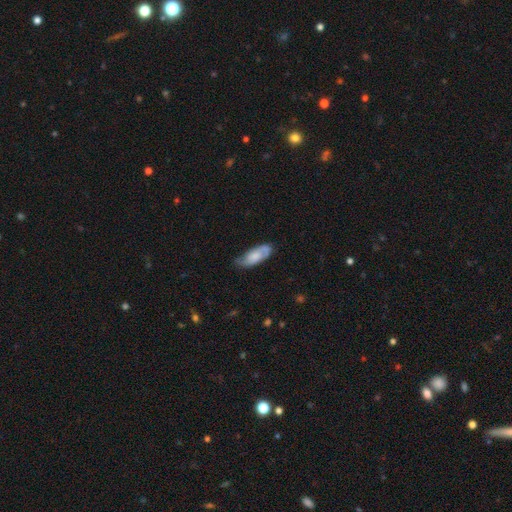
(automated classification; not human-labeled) smooth 48%, featured or disk 45%, star or artifact 7%. Down the decision tree: merging — none (63%).